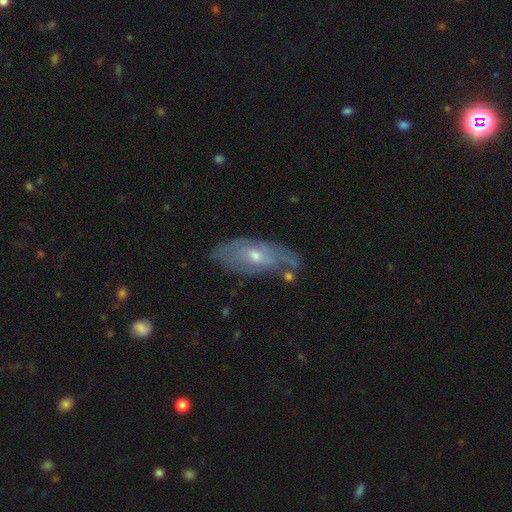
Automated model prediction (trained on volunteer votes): A featured or disk galaxy (60%).

Vote fractions:
- Smooth or featured? featured or disk: 60% / smooth: 33% / star or artifact: 7%
- Edge-on disk? no: 83% / yes: 17%
- Merging? none: 53% / minor disturbance: 28% / major disturbance: 12% / merger: 7%